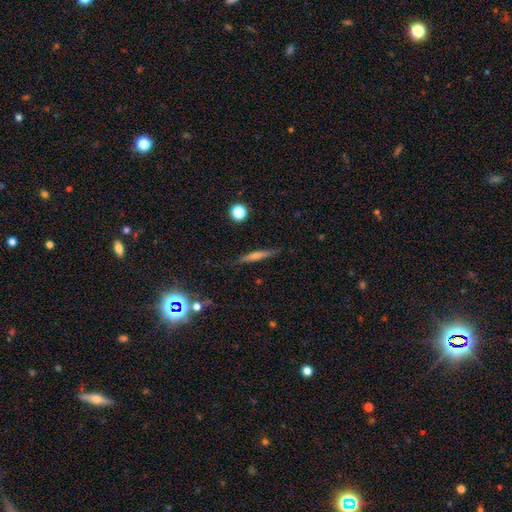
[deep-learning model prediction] A featured or disk galaxy (52%) viewed edge-on (95%).

Vote fractions:
- Smooth or featured? featured or disk: 52% / smooth: 34% / star or artifact: 13%
- Edge-on disk? yes: 95% / no: 5%
- Merging? none: 87% / minor disturbance: 9% / major disturbance: 2% / merger: 2%